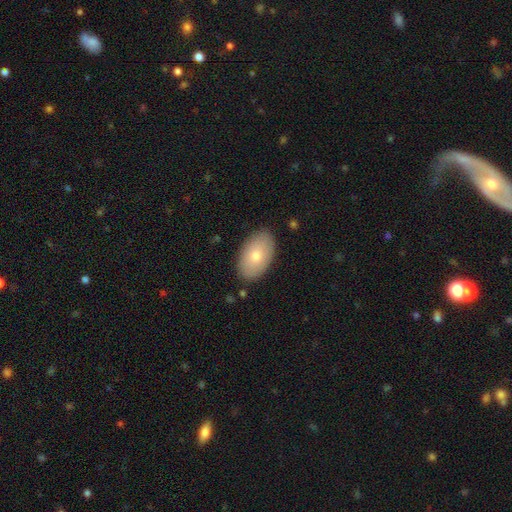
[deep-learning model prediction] Morphology: type=smooth (75%); roundness=in between (94%); merging=none (87%).